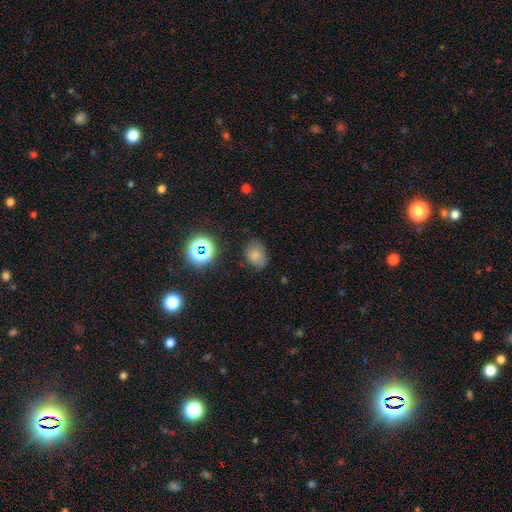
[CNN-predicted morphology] This is likely a smooth galaxy (75%). How rounded: likely in between (69%). Merging: likely none (74%).